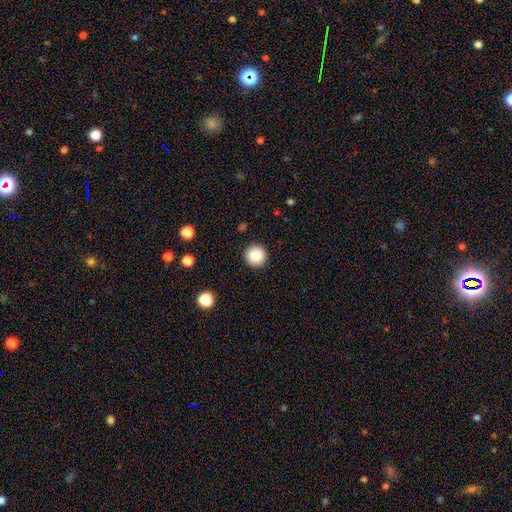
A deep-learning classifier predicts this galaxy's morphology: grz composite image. It shows a smooth galaxy with no disk features (86%) that is round (95%). Merging: none (92%).